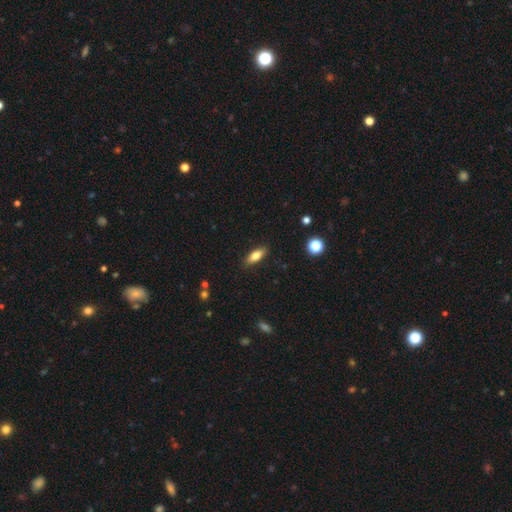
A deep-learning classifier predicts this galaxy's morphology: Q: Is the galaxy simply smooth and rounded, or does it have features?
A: smooth — 77%.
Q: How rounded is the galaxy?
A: in between — 72%.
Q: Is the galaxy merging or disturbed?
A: none — 87%.